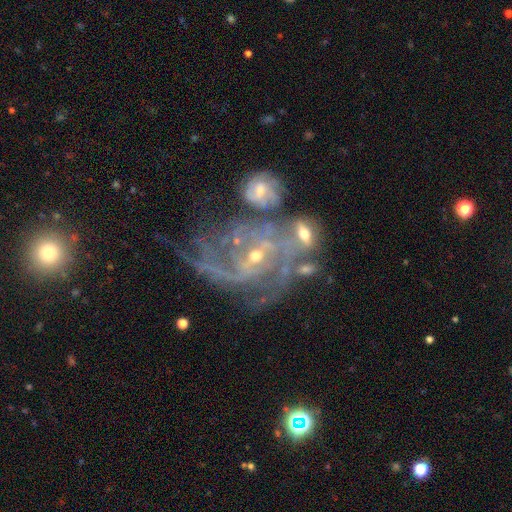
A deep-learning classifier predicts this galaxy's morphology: Smooth or featured?
  - featured or disk: 84% *
  - star or artifact: 10%
  - smooth: 6%
Edge-on disk?
  - no: 97% *
  - yes: 3%
Bar?
  - no: 44% *
  - weak: 40%
  - strong: 17%
Spiral arms?
  - yes: 94% *
  - no: 6%
Spiral winding?
  - medium: 44% *
  - tight: 38%
  - loose: 18%
Spiral arm count?
  - 2: 27% *
  - can't tell: 24%
  - 3: 23%
  - 4: 10%
  - 1: 8%
  - more than 4: 8%
Bulge size?
  - small: 78% *
  - moderate: 16%
  - none: 4%
  - large: 1%
  - dominant: 1%
Merging?
  - none: 45% *
  - major disturbance: 20%
  - minor disturbance: 19%
  - merger: 16%